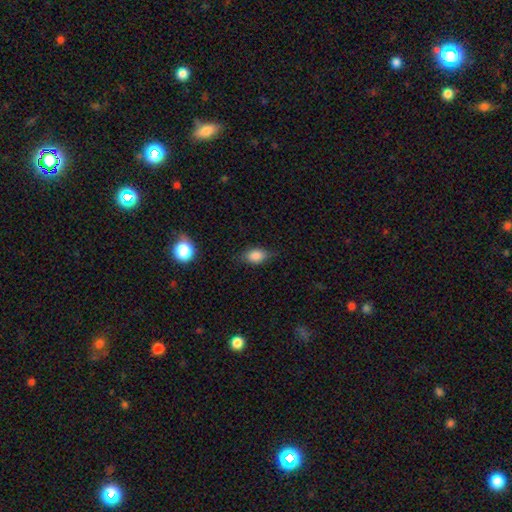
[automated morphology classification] The model was most divided on "merging": none: 73%, minor disturbance: 21%, major disturbance: 5%, merger: 1%. More confident: smooth or featured — smooth (82%); how rounded — in between (77%).